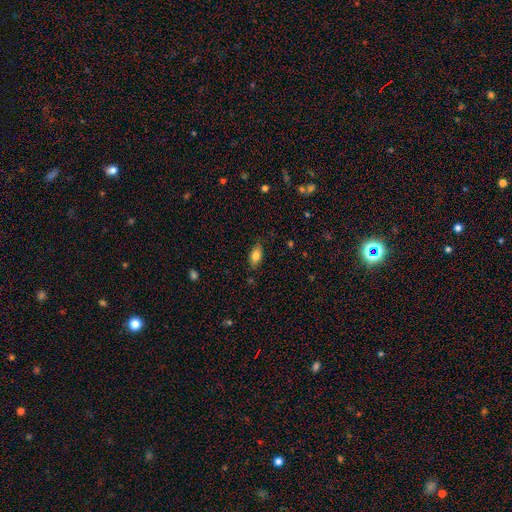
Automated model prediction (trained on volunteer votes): This is clearly a smooth galaxy (80%). How rounded: clearly in between (86%). Merging: likely none (79%).